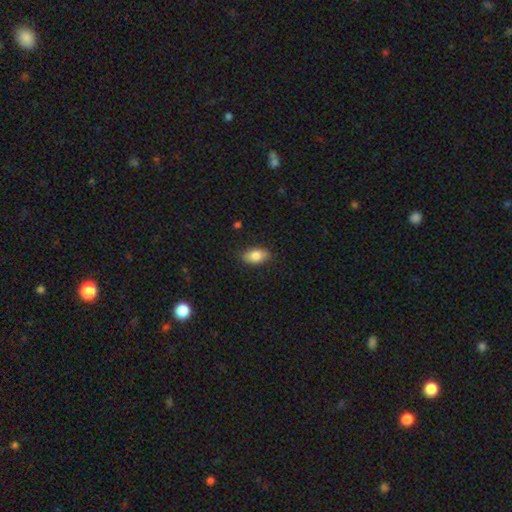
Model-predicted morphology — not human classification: A smooth galaxy with no disk features (82%) that is in between round and cigar-shaped (91%).

Vote fractions:
- Smooth or featured? smooth: 82% / featured or disk: 11% / star or artifact: 7%
- How rounded? in between: 91% / round: 7% / cigar-shaped: 3%
- Merging? none: 85% / minor disturbance: 12% / major disturbance: 2% / merger: 1%